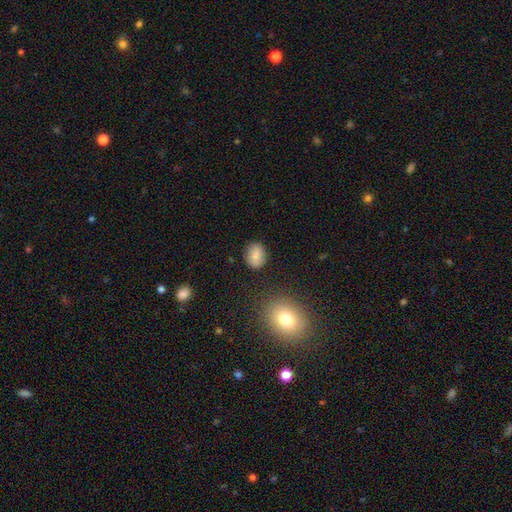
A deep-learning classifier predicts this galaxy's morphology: Smooth or featured?
  - smooth: 81% *
  - featured or disk: 10%
  - star or artifact: 9%
How rounded?
  - round: 54% *
  - in between: 44%
  - cigar-shaped: 1%
Merging?
  - none: 83% *
  - minor disturbance: 12%
  - major disturbance: 3%
  - merger: 2%